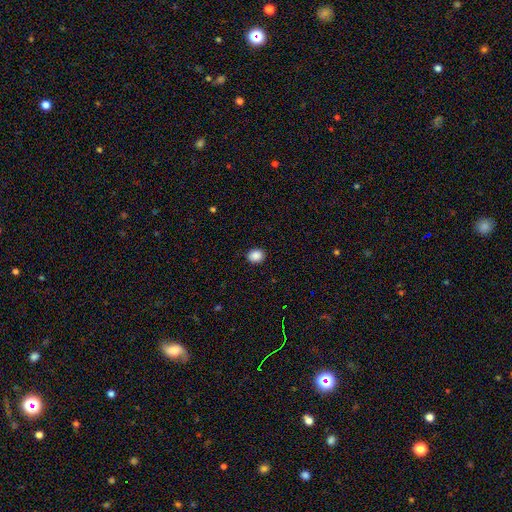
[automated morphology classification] This appears to be a smooth galaxy with no disk features (88%) that is round (65%). Merging: none (91%).